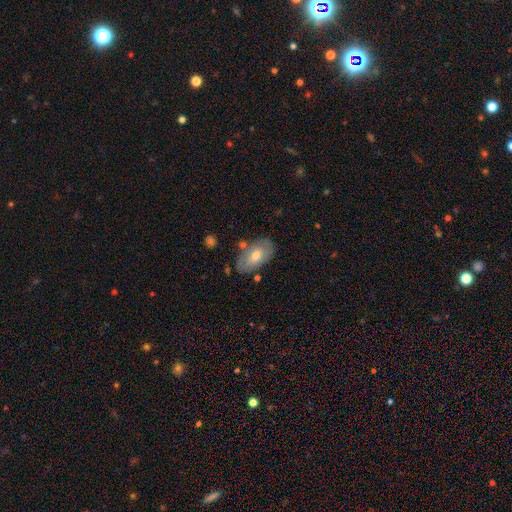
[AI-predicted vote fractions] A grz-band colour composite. It shows a smooth galaxy with no disk features (55%) that is in between round and cigar-shaped (92%). Merging: none (73%).